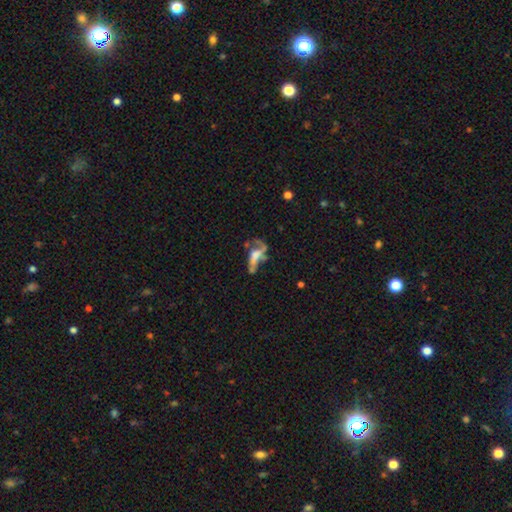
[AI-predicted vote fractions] This appears to be a featured or disk galaxy (58%) with no bar (67%), no spiral arms (58%) and no central bulge (33%). Merging: major disturbance (37%).